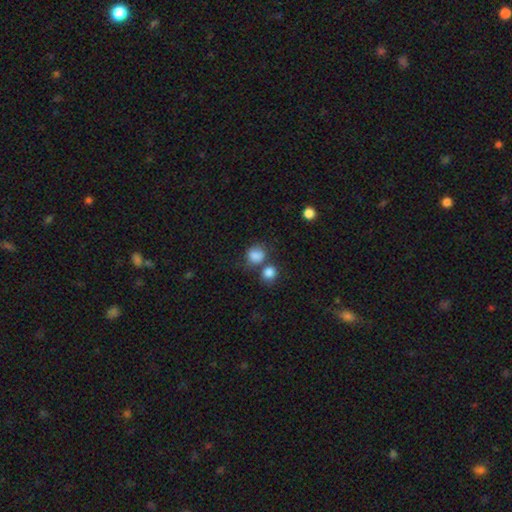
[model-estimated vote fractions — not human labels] Smooth or featured? Predicted: smooth (p=0.84). How rounded? Predicted: round (p=0.73). Merging? Predicted: none (p=0.52).